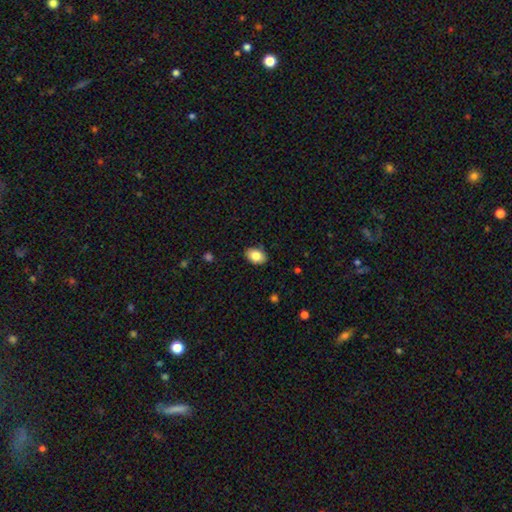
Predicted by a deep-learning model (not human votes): A smooth galaxy with no disk features (84%) that is in between round and cigar-shaped (84%). Merging: none (86%).